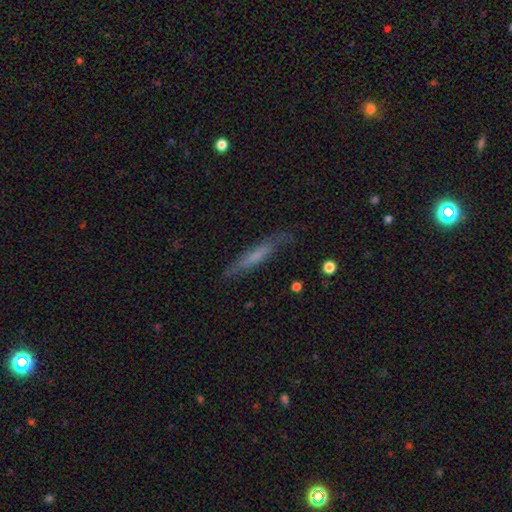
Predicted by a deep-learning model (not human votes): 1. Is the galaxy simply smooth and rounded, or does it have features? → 50% smooth, 42% featured or disk, 8% star or artifact.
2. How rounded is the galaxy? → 91% cigar-shaped, 7% in between, 2% round.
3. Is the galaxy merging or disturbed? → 76% none, 17% minor disturbance, 5% major disturbance, 2% merger.